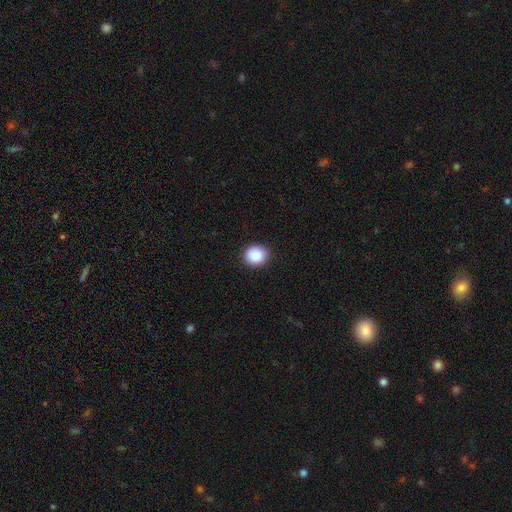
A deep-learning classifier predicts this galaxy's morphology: Smooth or featured? Predicted: smooth (p=0.87). How rounded? Predicted: round (p=0.80). Merging? Predicted: none (p=0.90).